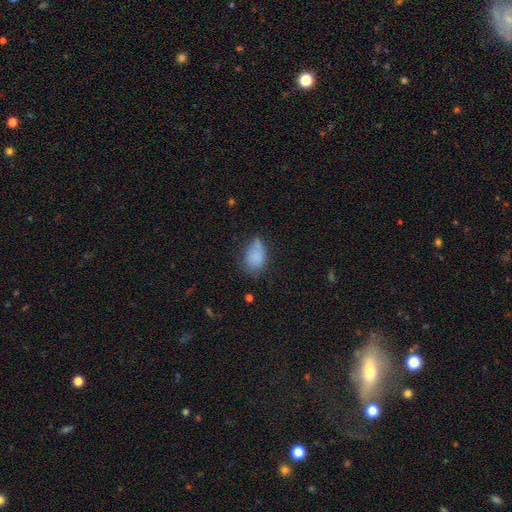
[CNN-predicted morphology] A smooth galaxy with no disk features (80%) that is in between round and cigar-shaped (84%).

Vote fractions:
- Smooth or featured? smooth: 80% / star or artifact: 10% / featured or disk: 10%
- How rounded? in between: 84% / round: 15% / cigar-shaped: 2%
- Merging? none: 48% / minor disturbance: 35% / major disturbance: 12% / merger: 4%